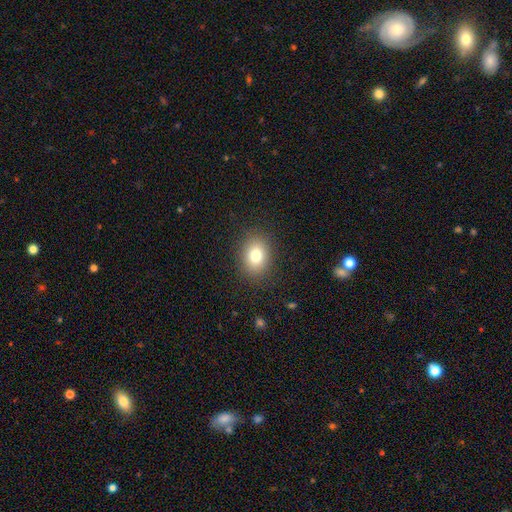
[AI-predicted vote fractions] Smooth or featured? smooth (79%)
How rounded? in between (61%)
Merging? none (88%)